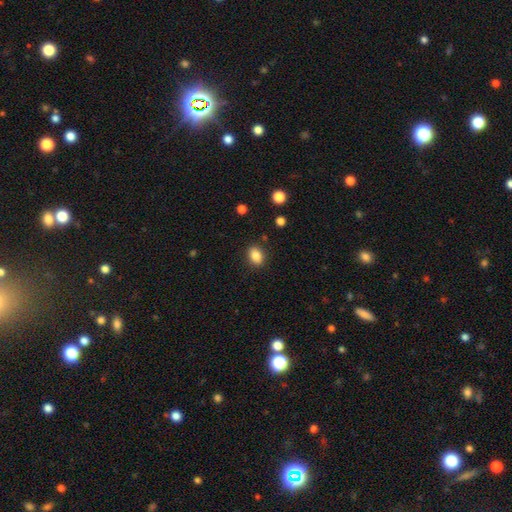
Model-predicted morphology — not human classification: Q: Smooth or featured?
A: smooth (85%); runner-up: star or artifact (9%)
Q: How rounded?
A: in between (69%); runner-up: round (29%)
Q: Merging?
A: none (88%); runner-up: minor disturbance (8%)